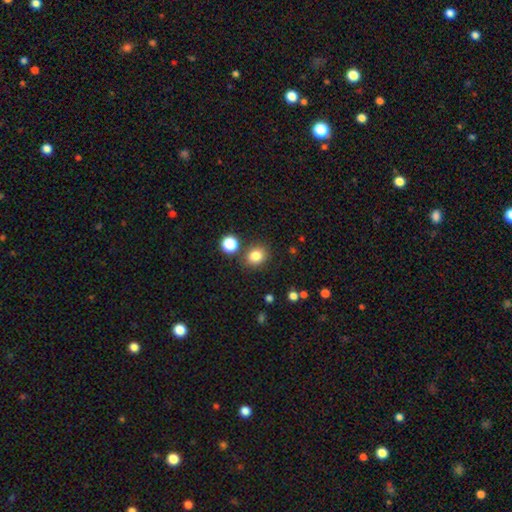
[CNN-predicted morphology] Smooth or featured?
  - smooth: 82% *
  - star or artifact: 12%
  - featured or disk: 6%
How rounded?
  - round: 67% *
  - in between: 32%
  - cigar-shaped: 1%
Merging?
  - none: 80% *
  - minor disturbance: 10%
  - merger: 7%
  - major disturbance: 3%